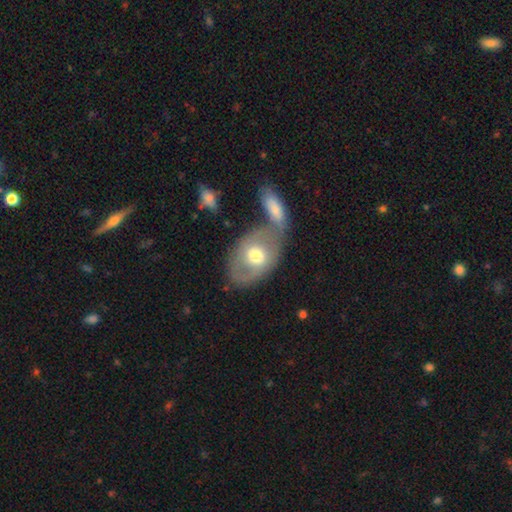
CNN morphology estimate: The model was most divided on "smooth or featured": smooth: 48%, featured or disk: 46%, star or artifact: 6%. Remaining: merging — none (41%).